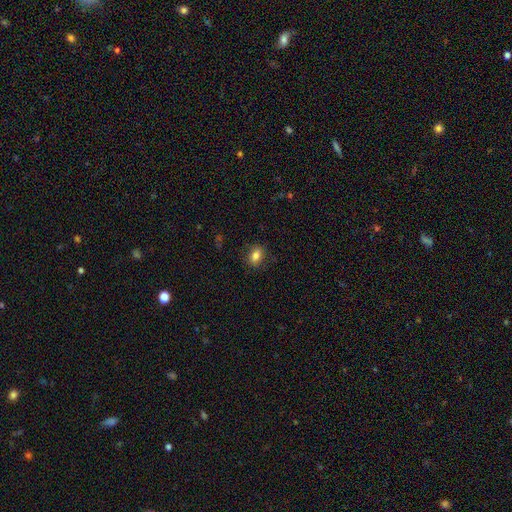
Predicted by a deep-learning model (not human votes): Smooth or featured?
  - smooth: 81% *
  - star or artifact: 10%
  - featured or disk: 9%
How rounded?
  - in between: 72% *
  - round: 26%
  - cigar-shaped: 2%
Merging?
  - none: 84% *
  - minor disturbance: 12%
  - major disturbance: 3%
  - merger: 1%